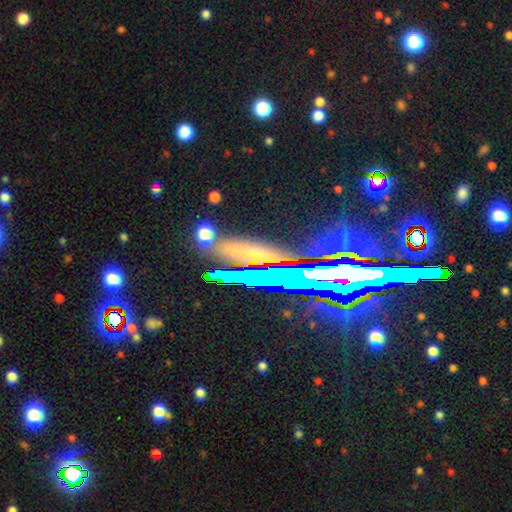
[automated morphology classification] Smooth or featured?
  - star or artifact: 43% *
  - featured or disk: 29%
  - smooth: 28%